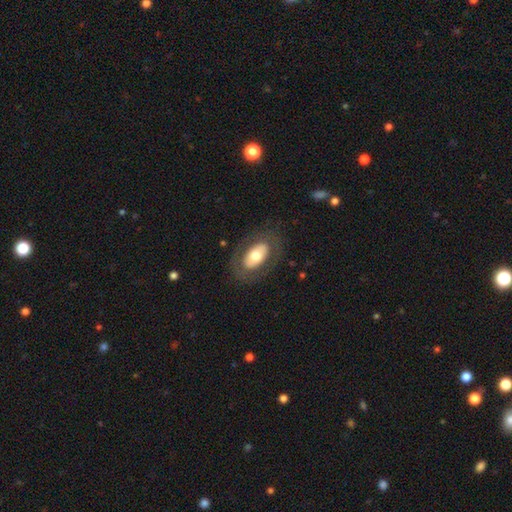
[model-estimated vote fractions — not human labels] Smooth or featured? smooth (56%)
How rounded? in between (91%)
Merging? none (79%)